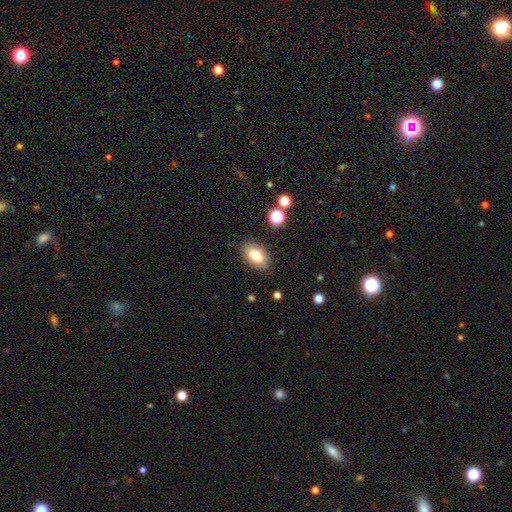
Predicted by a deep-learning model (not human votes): smooth_or_featured: smooth (p=0.78) [alt: featured or disk p=0.14]
how_rounded: in between (p=0.91) [alt: round p=0.07]
merging: none (p=0.86) [alt: minor disturbance p=0.10]